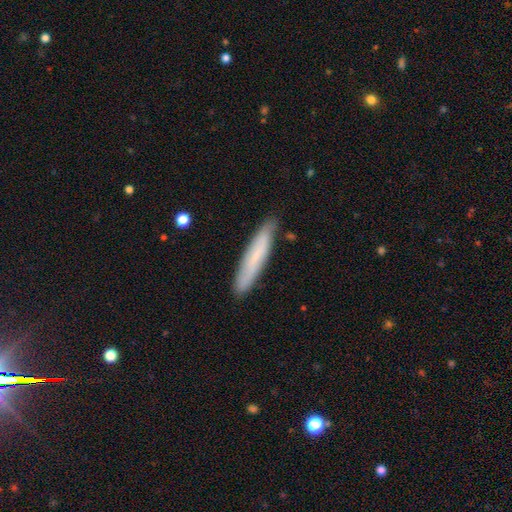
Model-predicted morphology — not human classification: smooth 65%, featured or disk 28%, star or artifact 7%. Down the decision tree: how rounded — cigar-shaped (91%); merging — none (86%).